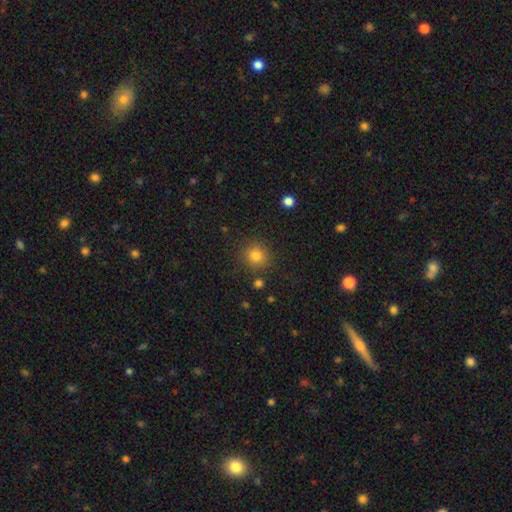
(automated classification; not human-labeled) smooth 82%, star or artifact 12%, featured or disk 6%. Down the decision tree: how rounded — round (90%); merging — none (86%).